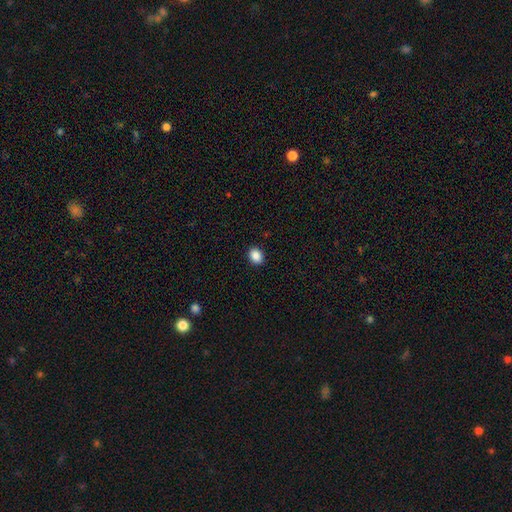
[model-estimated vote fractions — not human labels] smooth 88%, star or artifact 9%, featured or disk 3%. Down the decision tree: how rounded — in between (55%); merging — none (91%).